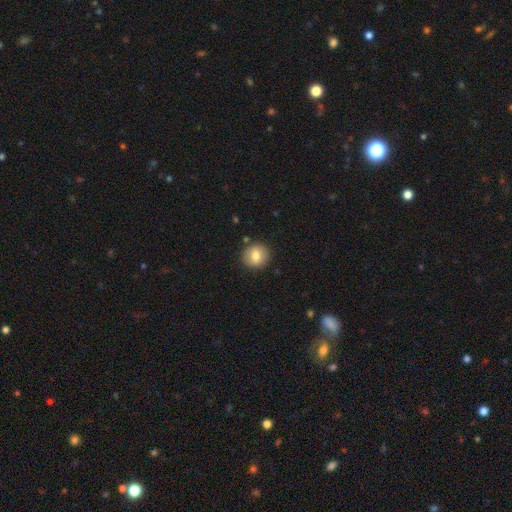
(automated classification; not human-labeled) Overall: smooth (79%). How rounded: round (88%). Merging: none (89%).